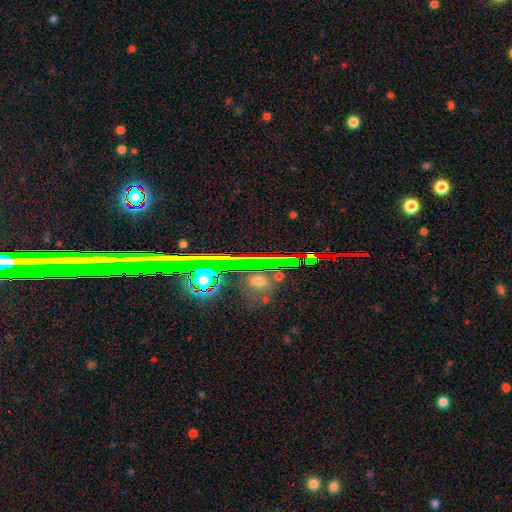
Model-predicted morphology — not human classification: smooth-or-featured: star or artifact: 70% | featured or disk: 17% | smooth: 13%